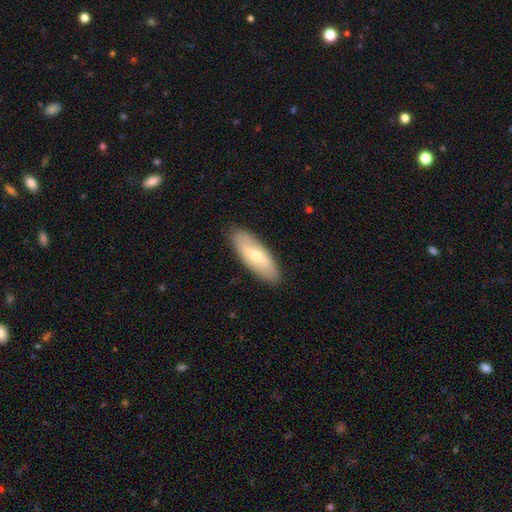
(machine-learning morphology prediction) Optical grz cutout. It shows a smooth galaxy with no disk features (50%) that is in between round and cigar-shaped (69%). Merging: none (89%).